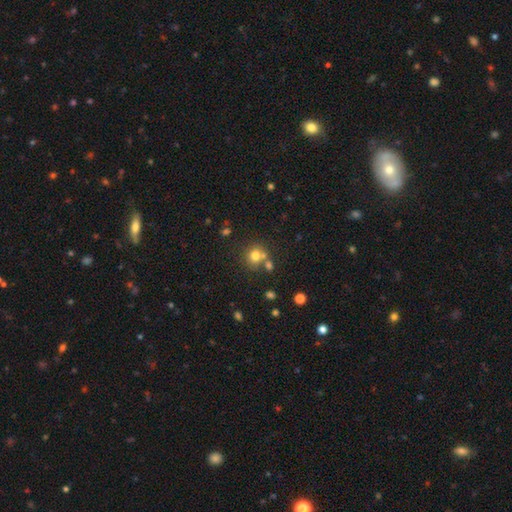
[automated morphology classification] Smooth or featured?
  - smooth: 73% *
  - star or artifact: 15%
  - featured or disk: 11%
How rounded?
  - round: 84% *
  - in between: 15%
  - cigar-shaped: 1%
Merging?
  - none: 60% *
  - merger: 27%
  - minor disturbance: 9%
  - major disturbance: 4%